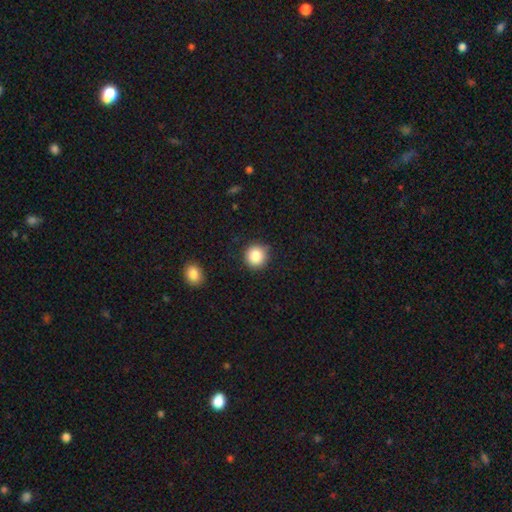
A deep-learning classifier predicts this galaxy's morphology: A smooth galaxy with no disk features (85%) that is round (94%). Merging: none (88%).